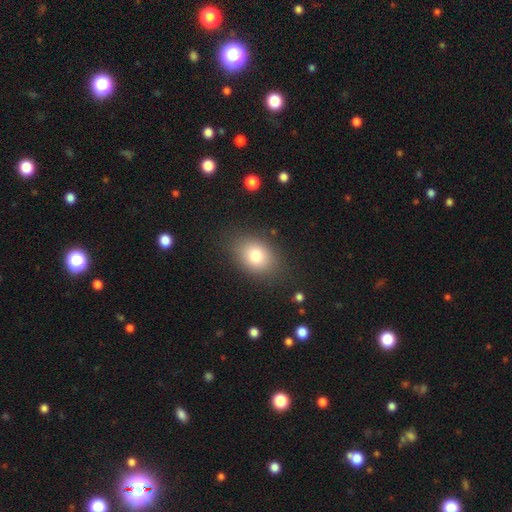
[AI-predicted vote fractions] Smooth or featured?
  - smooth: 78% *
  - star or artifact: 11%
  - featured or disk: 11%
How rounded?
  - in between: 66% *
  - round: 33%
  - cigar-shaped: 1%
Merging?
  - none: 83% *
  - minor disturbance: 11%
  - major disturbance: 4%
  - merger: 2%